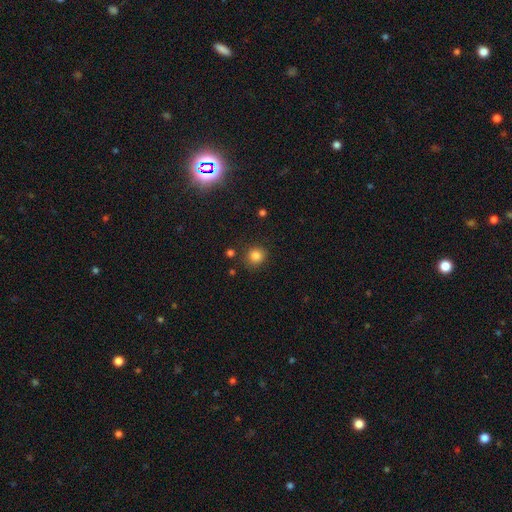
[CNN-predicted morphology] This appears to be a smooth galaxy with no disk features (83%) that is round (89%). Merging: none (84%).